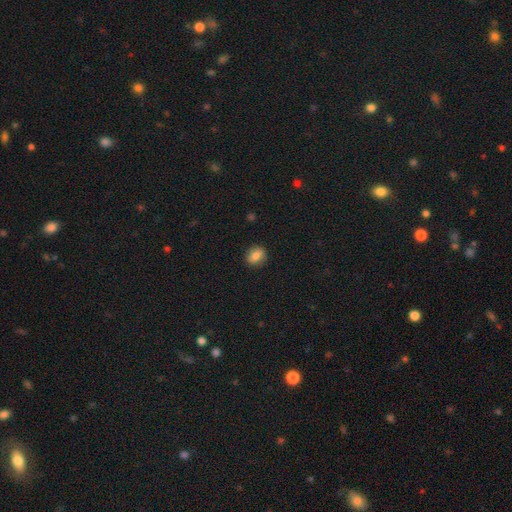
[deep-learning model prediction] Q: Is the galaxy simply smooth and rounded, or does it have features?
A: smooth — 81%.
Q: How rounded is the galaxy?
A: round — 58%.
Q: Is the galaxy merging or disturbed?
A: none — 87%.